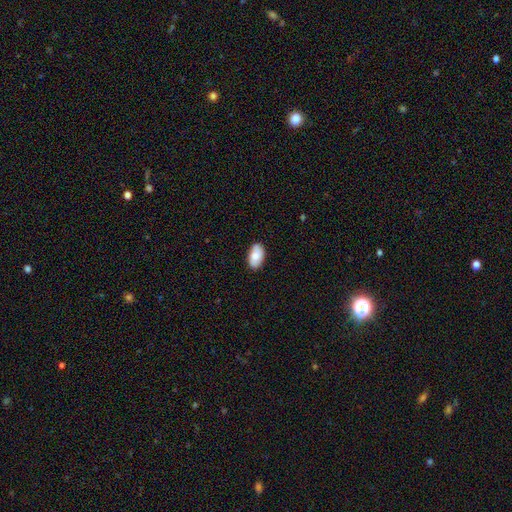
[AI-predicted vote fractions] A smooth galaxy with no disk features (80%) that is in between round and cigar-shaped (95%). Merging: none (85%).